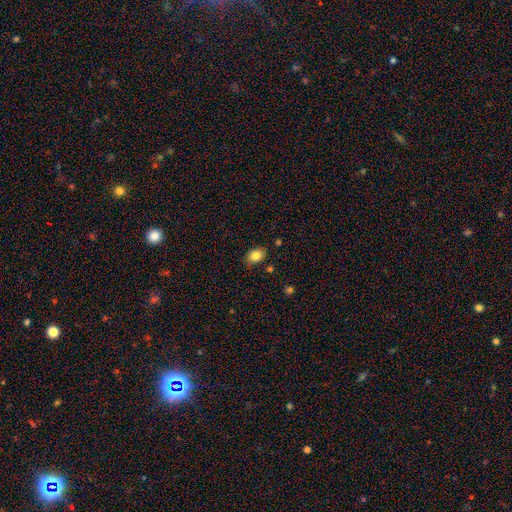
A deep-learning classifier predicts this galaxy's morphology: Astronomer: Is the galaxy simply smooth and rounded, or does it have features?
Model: smooth — 83%.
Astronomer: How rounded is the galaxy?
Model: in between — 80%.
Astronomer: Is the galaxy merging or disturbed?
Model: none — 80%.